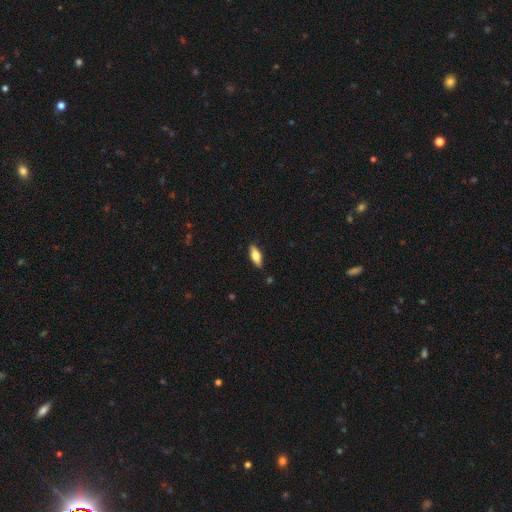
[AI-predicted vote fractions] Smooth or featured? Predicted: smooth (p=0.65). How rounded? Predicted: in between (p=0.70). Merging? Predicted: none (p=0.88).